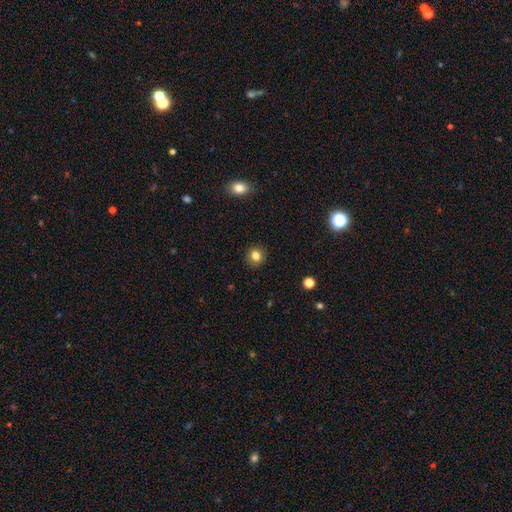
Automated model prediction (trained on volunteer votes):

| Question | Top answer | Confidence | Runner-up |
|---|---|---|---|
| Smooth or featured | smooth | 82% | star or artifact (11%) |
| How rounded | round | 85% | in between (14%) |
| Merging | none | 90% | minor disturbance (7%) |